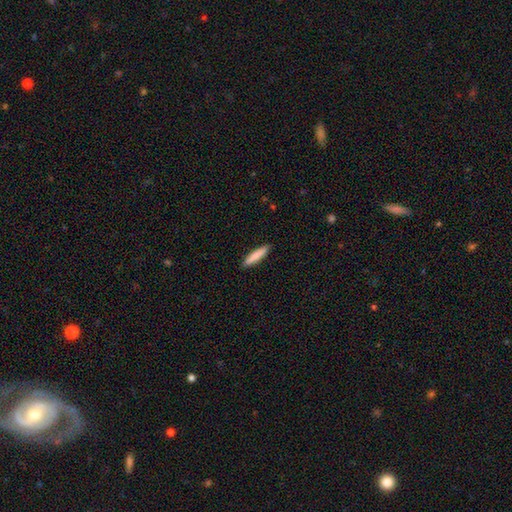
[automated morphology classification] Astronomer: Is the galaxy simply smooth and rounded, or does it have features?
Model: smooth — 83%.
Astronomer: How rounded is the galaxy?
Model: cigar-shaped — 88%.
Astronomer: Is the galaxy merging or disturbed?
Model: none — 91%.